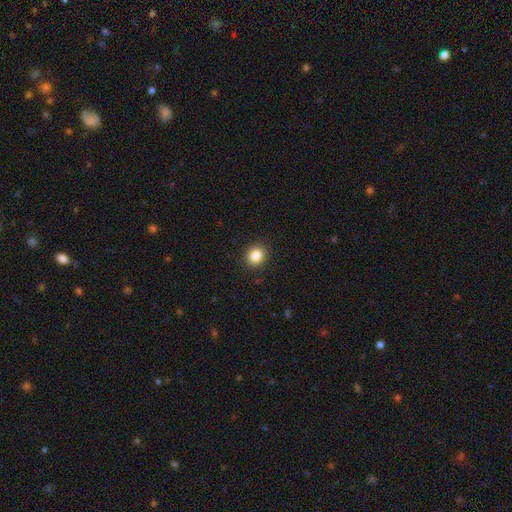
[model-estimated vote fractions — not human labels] This appears to be a smooth galaxy with no disk features (85%) that is round (80%). Merging: none (91%).